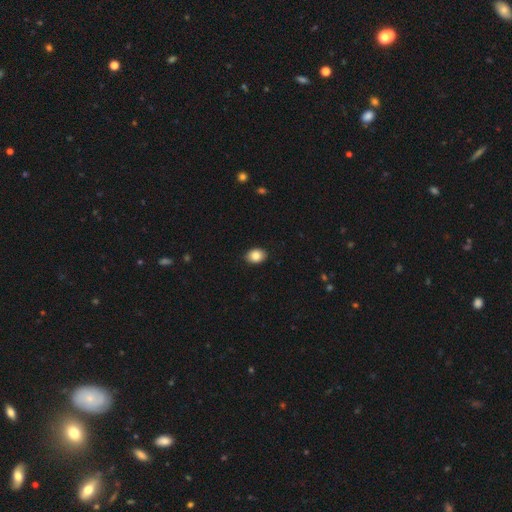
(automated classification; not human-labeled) Smooth or featured?
  - smooth: 86% *
  - star or artifact: 8%
  - featured or disk: 6%
How rounded?
  - in between: 68% *
  - round: 31%
  - cigar-shaped: 1%
Merging?
  - none: 90% *
  - minor disturbance: 7%
  - major disturbance: 2%
  - merger: 1%